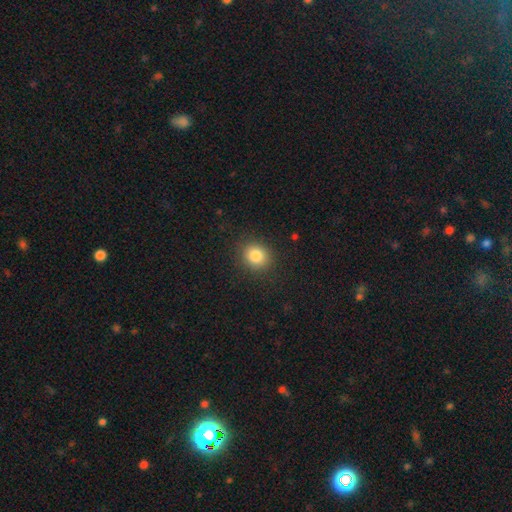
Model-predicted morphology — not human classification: smooth 83%, star or artifact 11%, featured or disk 6%. Down the decision tree: how rounded — round (75%); merging — none (89%).